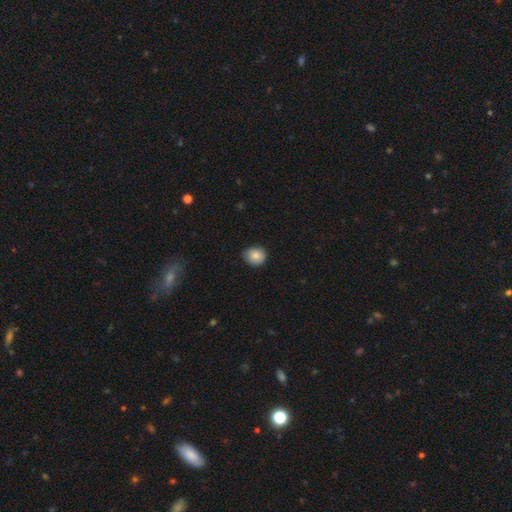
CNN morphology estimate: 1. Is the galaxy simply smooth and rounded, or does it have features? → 85% smooth, 9% star or artifact, 7% featured or disk.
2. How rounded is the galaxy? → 81% round, 19% in between, 1% cigar-shaped.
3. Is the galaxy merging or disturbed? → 77% none, 19% minor disturbance, 2% major disturbance, 1% merger.